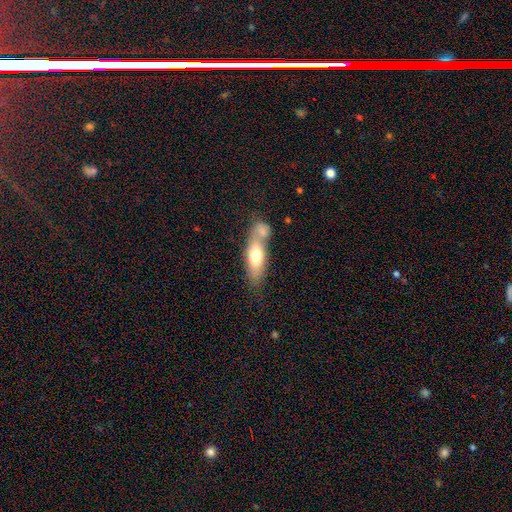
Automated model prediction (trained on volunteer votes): Smooth or featured?
  - smooth: 67% *
  - featured or disk: 27%
  - star or artifact: 6%
How rounded?
  - in between: 68% *
  - cigar-shaped: 28%
  - round: 4%
Merging?
  - merger: 45% *
  - none: 37%
  - minor disturbance: 13%
  - major disturbance: 5%